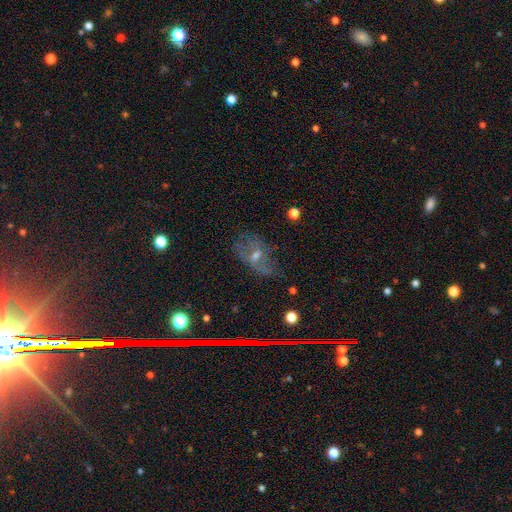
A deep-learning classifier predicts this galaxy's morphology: featured or disk 53%, smooth 26%, star or artifact 21%. Down the decision tree: edge-on disk — no (91%); merging — none (54%).